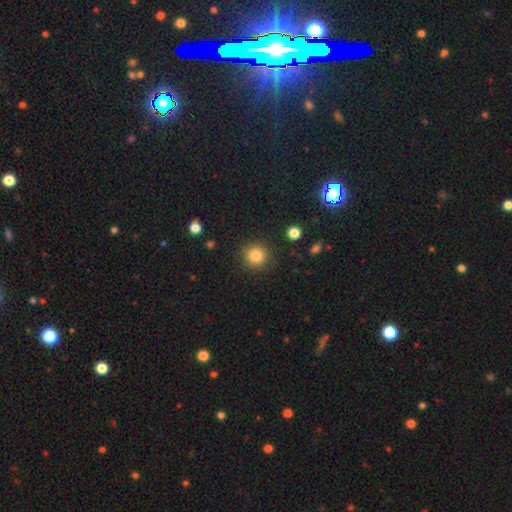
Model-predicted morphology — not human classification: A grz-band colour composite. It shows a smooth galaxy with no disk features (83%) that is round (93%). Merging: none (89%).